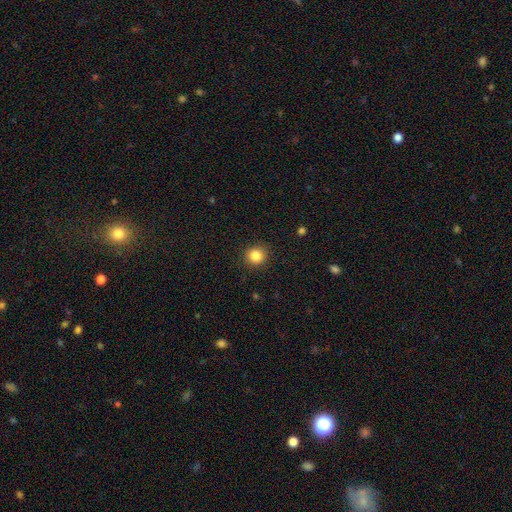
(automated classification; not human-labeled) A smooth galaxy with no disk features (85%) that is round (92%). Merging: none (91%).